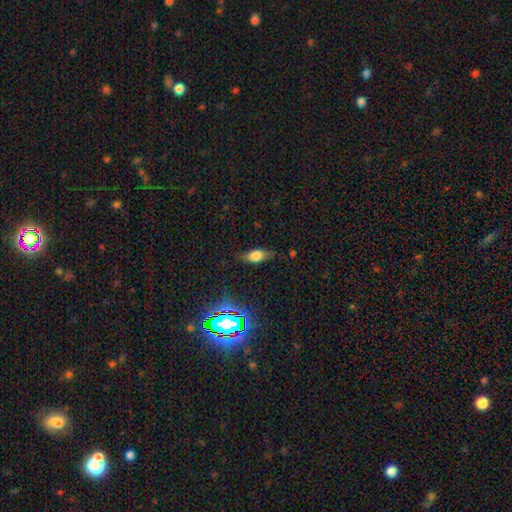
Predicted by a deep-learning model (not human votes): A smooth galaxy with no disk features (63%) that is in between round and cigar-shaped (77%). Merging: none (75%).